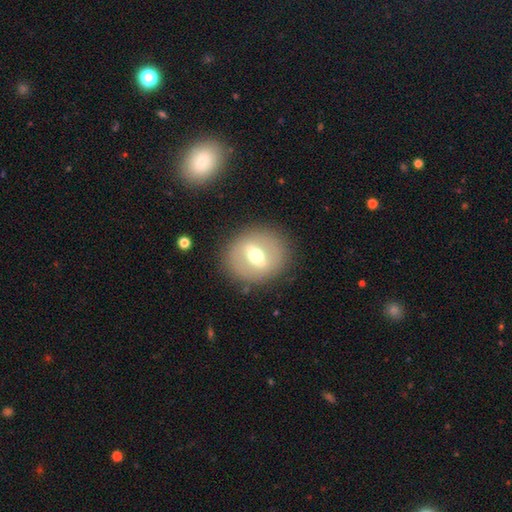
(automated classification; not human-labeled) Smooth or featured? featured or disk (52%)
Edge-on disk? no (79%)
Merging? none (85%)